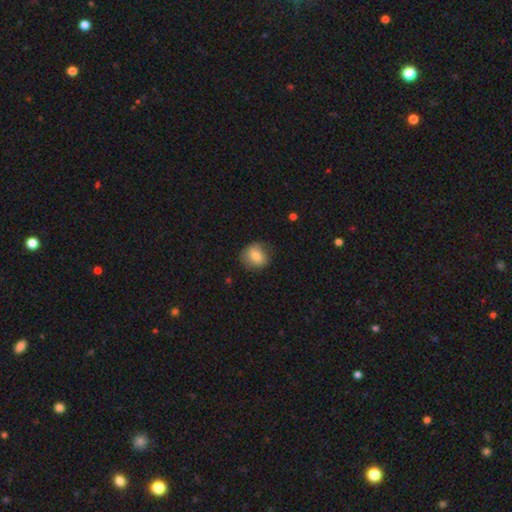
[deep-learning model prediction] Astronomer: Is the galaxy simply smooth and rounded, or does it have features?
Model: smooth — 76%.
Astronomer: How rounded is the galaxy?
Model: round — 73%.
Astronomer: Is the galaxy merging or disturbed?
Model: none — 74%.